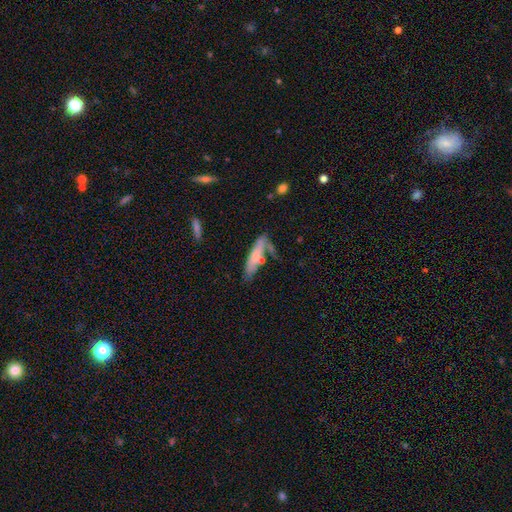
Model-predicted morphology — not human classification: Overall: smooth (68%). How rounded: cigar-shaped (75%). Merging: none (56%; minor disturbance 20%).